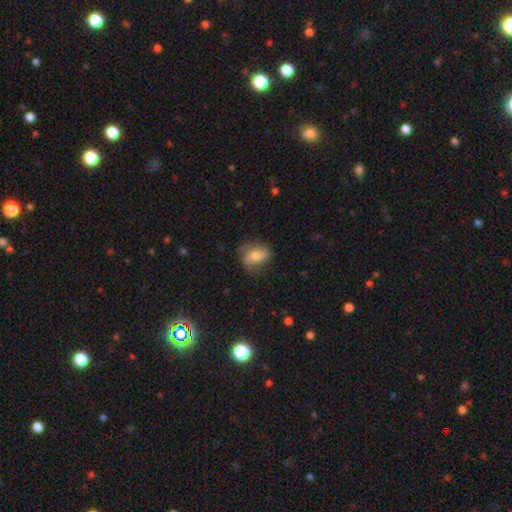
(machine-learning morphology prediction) A smooth galaxy with no disk features (56%) that is in between round and cigar-shaped (68%).

Vote fractions:
- Smooth or featured? smooth: 56% / featured or disk: 35% / star or artifact: 9%
- How rounded? in between: 68% / round: 28% / cigar-shaped: 3%
- Merging? none: 66% / minor disturbance: 24% / major disturbance: 9% / merger: 1%